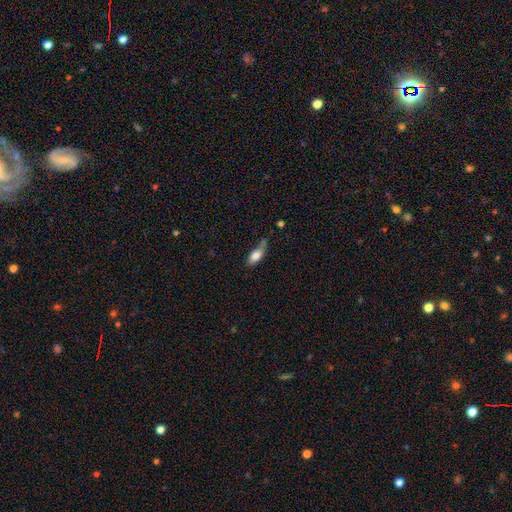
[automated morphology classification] Smooth or featured? Predicted: smooth (p=0.75). How rounded? Predicted: in between (p=0.76). Merging? Predicted: none (p=0.47).